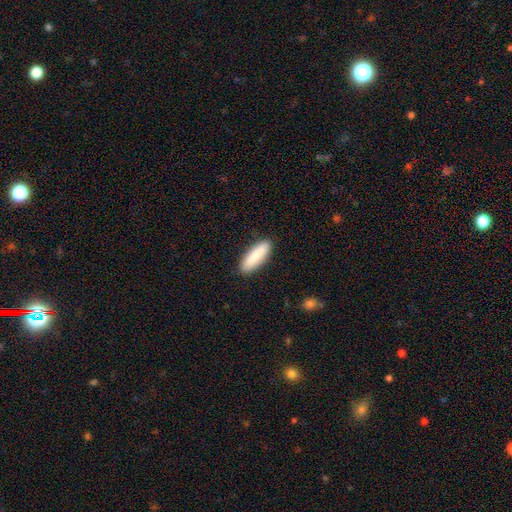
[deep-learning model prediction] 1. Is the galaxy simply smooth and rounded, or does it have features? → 84% smooth, 10% featured or disk, 5% star or artifact.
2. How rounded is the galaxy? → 54% in between, 44% cigar-shaped, 2% round.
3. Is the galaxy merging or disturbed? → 89% none, 8% minor disturbance, 2% major disturbance, 1% merger.